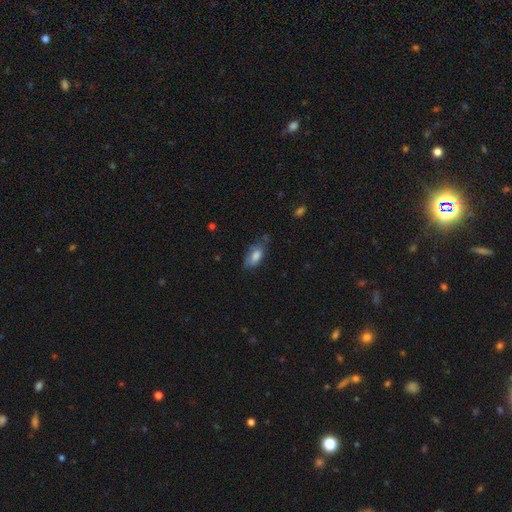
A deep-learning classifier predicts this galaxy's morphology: The model was most divided on "merging": none: 48%, minor disturbance: 34%, major disturbance: 14%, merger: 4%. More confident: how rounded — in between (88%); smooth or featured — smooth (68%).